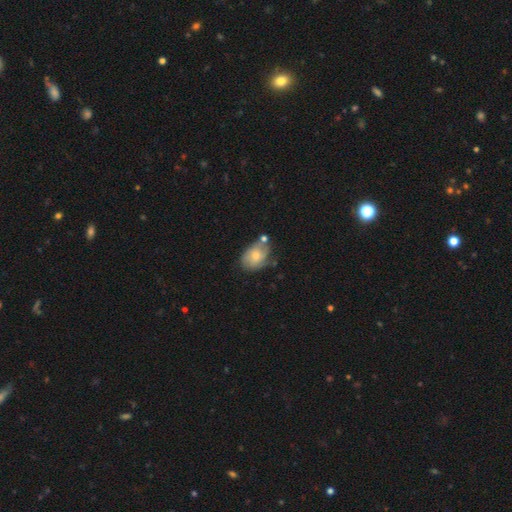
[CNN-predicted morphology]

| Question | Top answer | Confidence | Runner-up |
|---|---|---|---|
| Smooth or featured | smooth | 65% | featured or disk (28%) |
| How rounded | in between | 75% | round (24%) |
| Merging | none | 48% | minor disturbance (29%) |